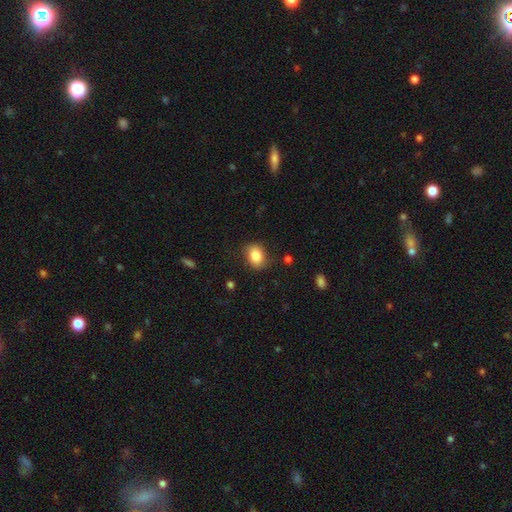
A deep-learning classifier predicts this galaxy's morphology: smooth 84%, star or artifact 8%, featured or disk 8%. Down the decision tree: how rounded — in between (66%); merging — none (79%).